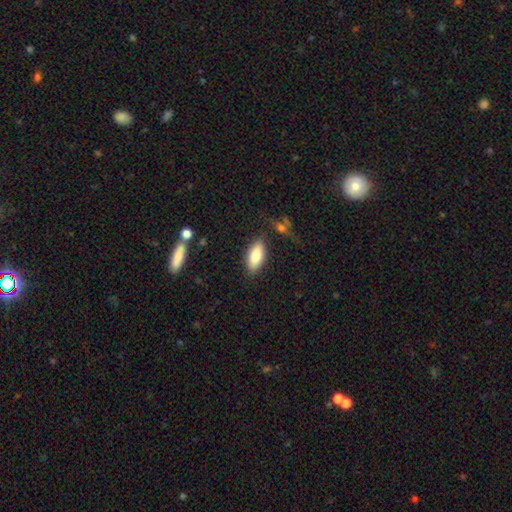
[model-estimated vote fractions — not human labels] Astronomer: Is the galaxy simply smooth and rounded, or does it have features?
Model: smooth — 80%.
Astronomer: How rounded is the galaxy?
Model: in between — 85%.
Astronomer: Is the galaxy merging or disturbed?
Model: none — 82%.